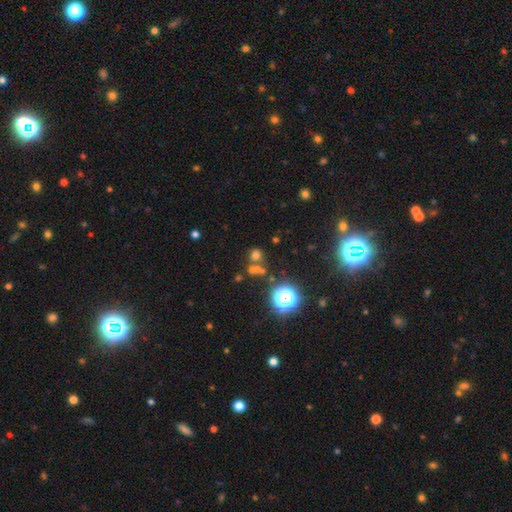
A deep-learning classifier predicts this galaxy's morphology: smooth 56%, star or artifact 34%, featured or disk 10%. Down the decision tree: how rounded — round (85%); merging — none (58%).